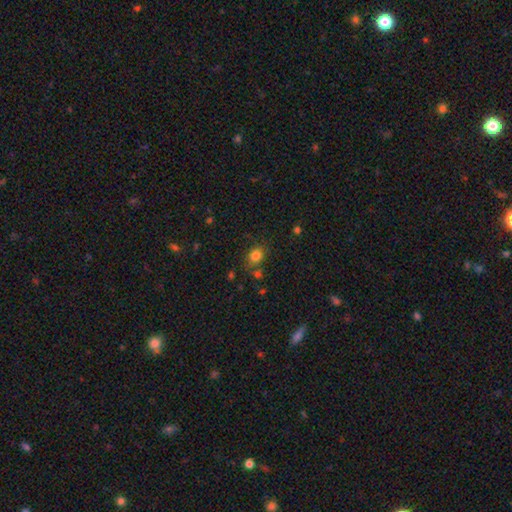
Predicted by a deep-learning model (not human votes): smooth-or-featured: smooth: 80% | star or artifact: 14% | featured or disk: 6%
  how-rounded: round: 62% | in between: 37% | cigar-shaped: 1%
  merging: none: 75% | minor disturbance: 13% | merger: 8% | major disturbance: 4%